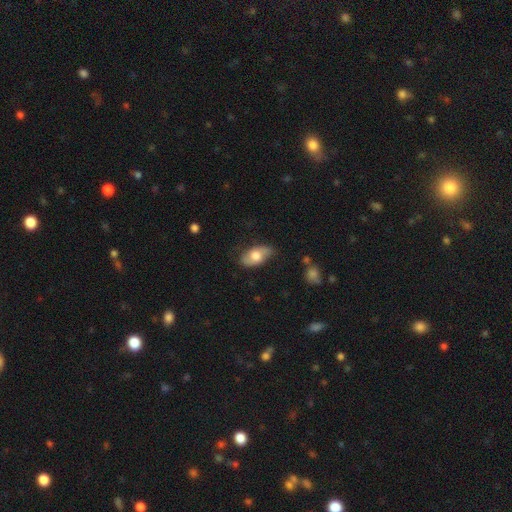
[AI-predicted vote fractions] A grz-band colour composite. It shows a smooth galaxy with no disk features (62%) that is in between round and cigar-shaped (91%). Merging: none (69%).